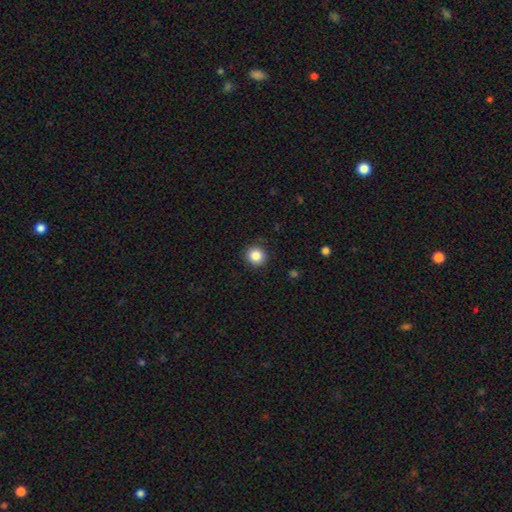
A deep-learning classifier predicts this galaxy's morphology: type=smooth (86%); roundness=round (92%); merging=none (91%).